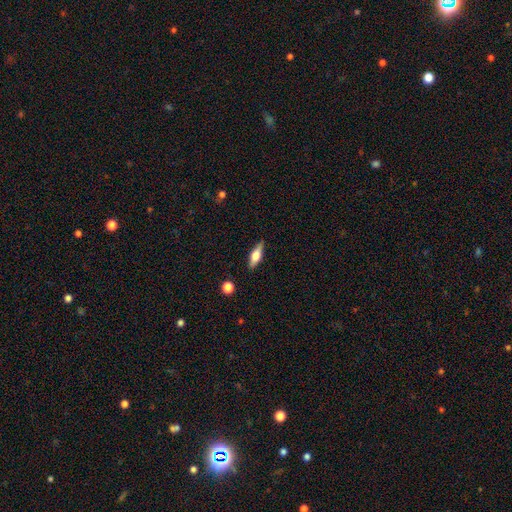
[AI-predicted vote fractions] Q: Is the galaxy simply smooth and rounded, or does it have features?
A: smooth — 48%.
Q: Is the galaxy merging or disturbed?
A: none — 86%.